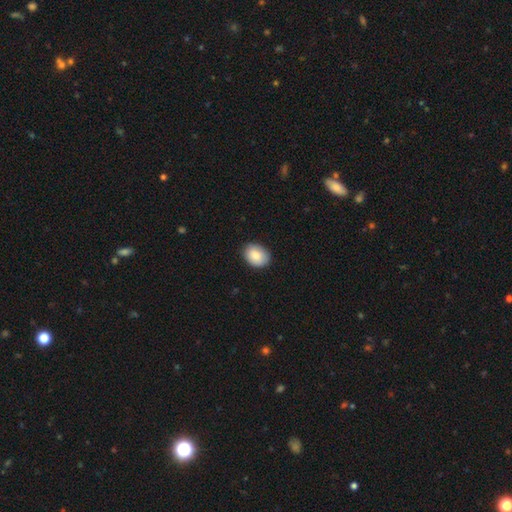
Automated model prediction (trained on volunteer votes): Smooth or featured? Predicted: smooth (p=0.87). How rounded? Predicted: in between (p=0.69). Merging? Predicted: none (p=0.87).